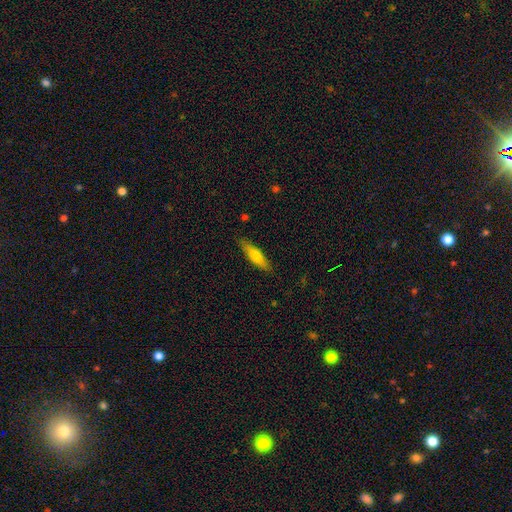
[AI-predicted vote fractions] This appears to be a smooth galaxy with no disk features (70%) that is cigar-shaped (70%). Merging: none (86%).